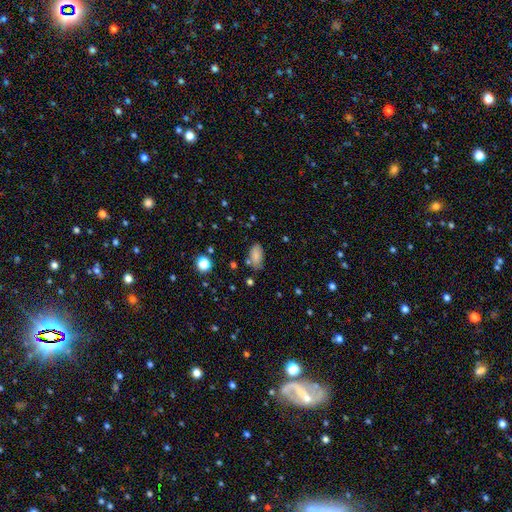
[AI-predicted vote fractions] Smooth or featured?
  - smooth: 81% *
  - star or artifact: 10%
  - featured or disk: 9%
How rounded?
  - in between: 92% *
  - round: 5%
  - cigar-shaped: 3%
Merging?
  - none: 70% *
  - minor disturbance: 21%
  - merger: 5%
  - major disturbance: 5%